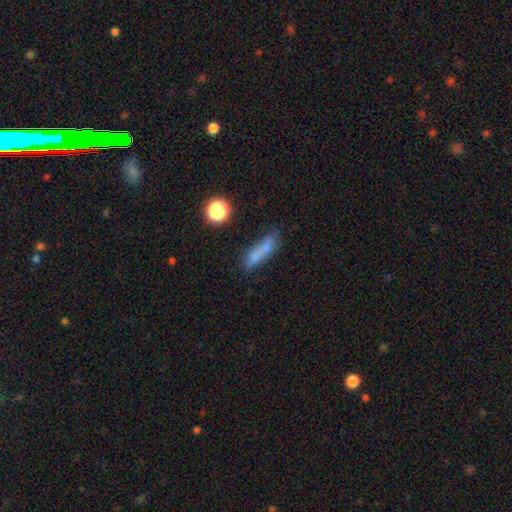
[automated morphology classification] smooth_or_featured: smooth (p=0.68) [alt: featured or disk p=0.18]
how_rounded: cigar-shaped (p=0.66) [alt: in between p=0.29]
merging: none (p=0.53) [alt: minor disturbance p=0.22]